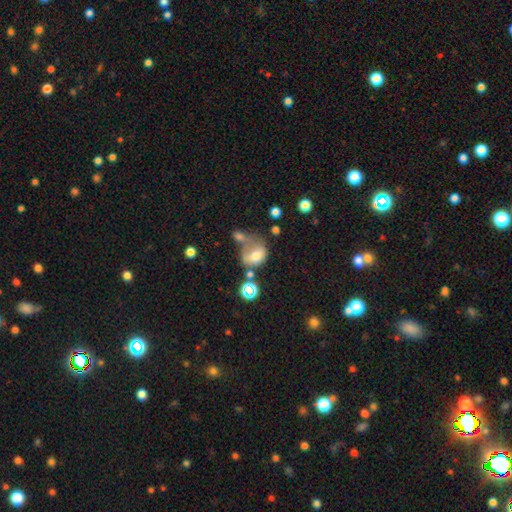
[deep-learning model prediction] Smooth or featured? Predicted: smooth (p=0.62). How rounded? Predicted: round (p=0.51). Merging? Predicted: merger (p=0.42).